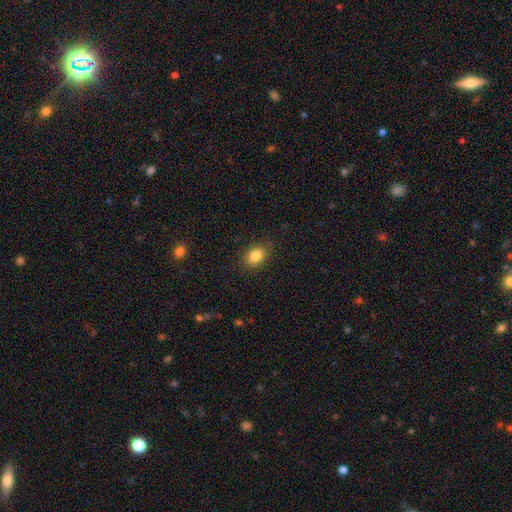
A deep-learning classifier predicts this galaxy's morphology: Overall: smooth (84%). How rounded: in between (71%). Merging: none (87%).